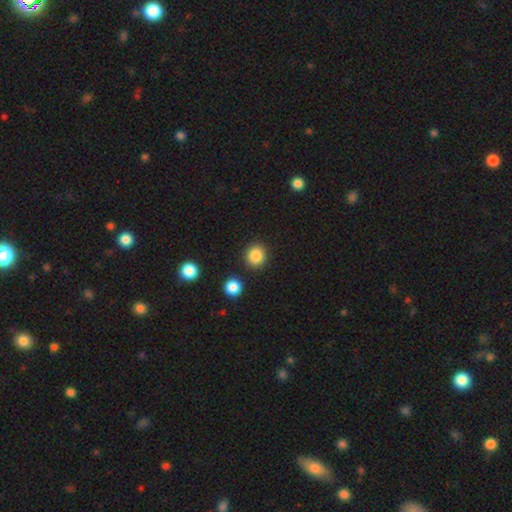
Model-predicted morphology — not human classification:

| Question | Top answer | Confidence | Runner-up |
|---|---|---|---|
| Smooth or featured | smooth | 87% | star or artifact (9%) |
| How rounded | round | 86% | in between (13%) |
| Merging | none | 88% | minor disturbance (6%) |